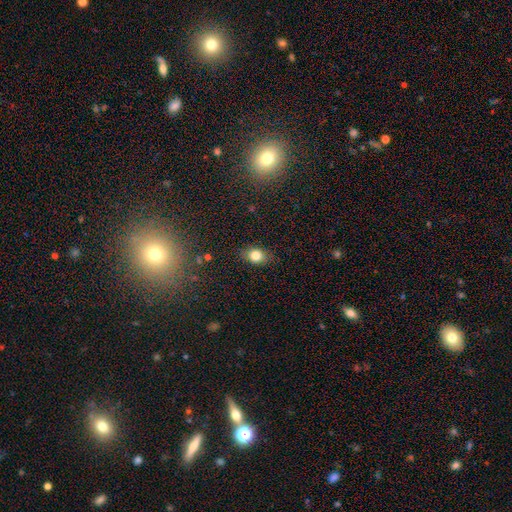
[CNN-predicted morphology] This appears to be a smooth galaxy with no disk features (80%) that is in between round and cigar-shaped (63%). Merging: none (83%).